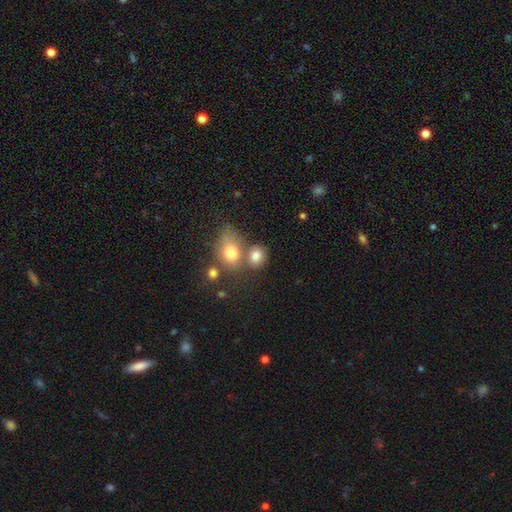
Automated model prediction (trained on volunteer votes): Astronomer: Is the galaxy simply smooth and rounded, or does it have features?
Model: smooth — 79%.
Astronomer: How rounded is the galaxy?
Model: in between — 51% (runner-up: round, 48%).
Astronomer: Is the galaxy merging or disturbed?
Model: none — 45% (runner-up: merger, 38%).